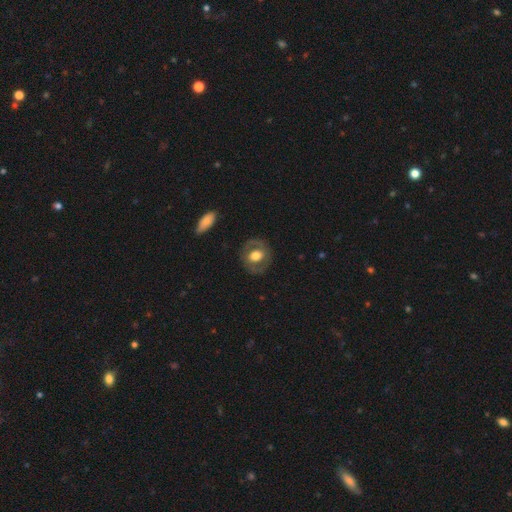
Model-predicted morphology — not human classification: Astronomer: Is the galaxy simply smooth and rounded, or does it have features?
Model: featured or disk — 48% (runner-up: smooth, 46%).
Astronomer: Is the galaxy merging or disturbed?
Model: none — 81%.